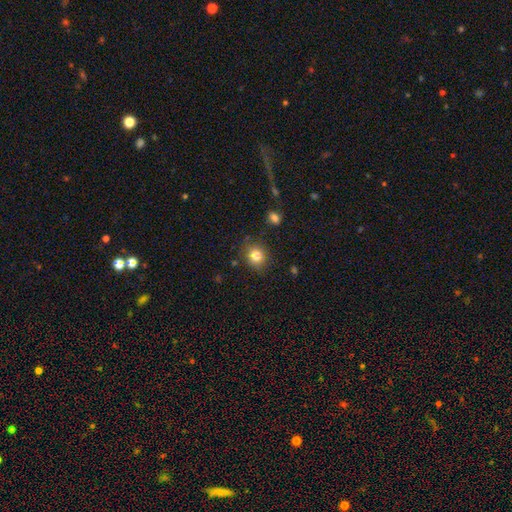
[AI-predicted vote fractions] Morphology: type=smooth (82%); roundness=round (80%); merging=none (82%).